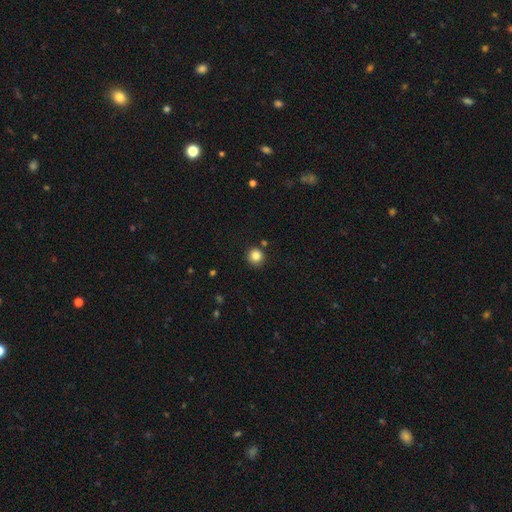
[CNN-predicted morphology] Smooth or featured? Predicted: smooth (p=0.85). How rounded? Predicted: round (p=0.94). Merging? Predicted: none (p=0.87).